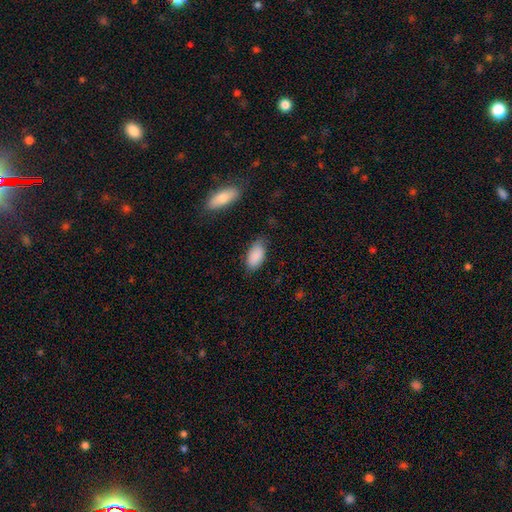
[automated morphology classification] Smooth or featured: smooth — 88% (star or artifact — 7%)
How rounded: in between — 93% (cigar-shaped — 4%)
Merging: none — 72% (minor disturbance — 21%)